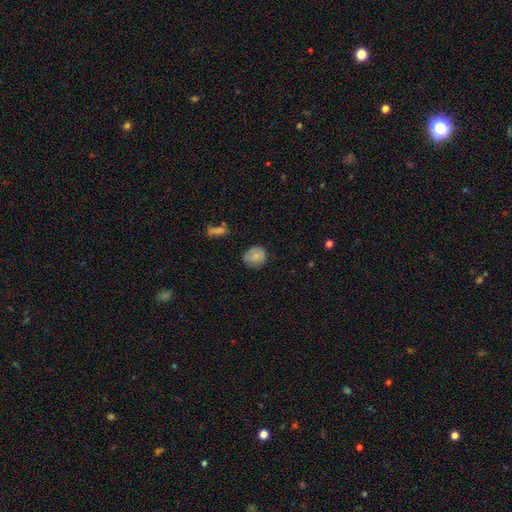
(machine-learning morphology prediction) This is likely a smooth galaxy (74%). How rounded: likely round (73%). Merging: likely none (72%).